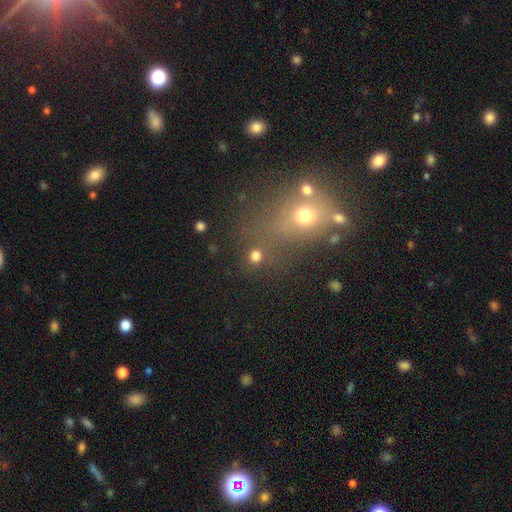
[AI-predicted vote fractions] Smooth or featured?
  - smooth: 75% *
  - star or artifact: 18%
  - featured or disk: 6%
How rounded?
  - round: 87% *
  - in between: 11%
  - cigar-shaped: 1%
Merging?
  - none: 75% *
  - merger: 13%
  - minor disturbance: 8%
  - major disturbance: 5%